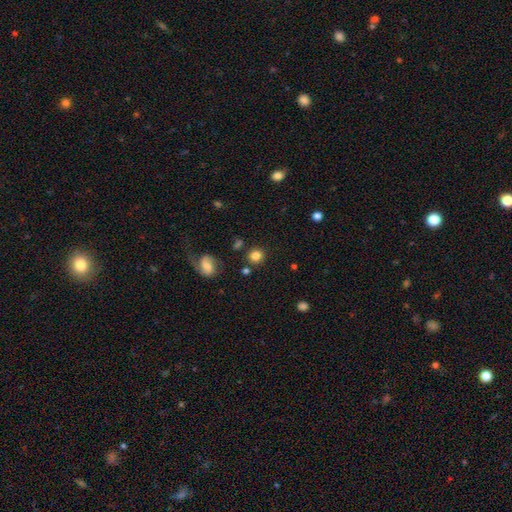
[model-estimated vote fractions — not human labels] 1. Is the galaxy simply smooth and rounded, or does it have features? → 83% smooth, 10% star or artifact, 7% featured or disk.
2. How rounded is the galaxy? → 87% round, 12% in between, 1% cigar-shaped.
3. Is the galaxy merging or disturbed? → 82% none, 8% minor disturbance, 6% merger, 4% major disturbance.